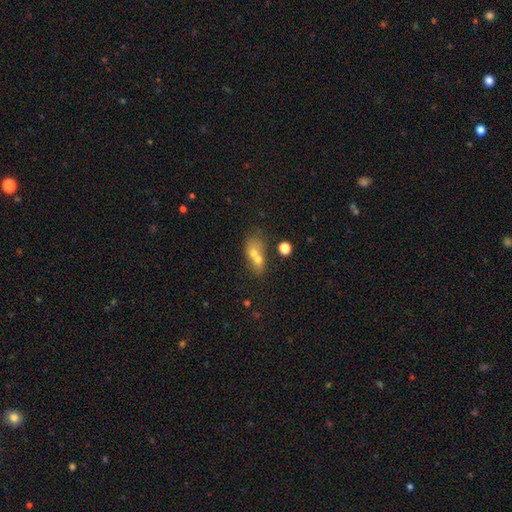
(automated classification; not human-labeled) A smooth galaxy with no disk features (62%) that is in between round and cigar-shaped (62%). Merging: merger (67%).